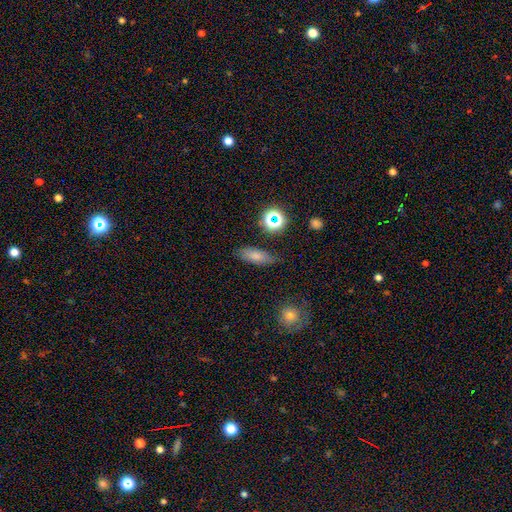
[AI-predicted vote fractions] The model was most divided on "how rounded": in between: 68%, cigar-shaped: 26%, round: 7%. More confident: merging — none (76%); smooth or featured — smooth (74%).